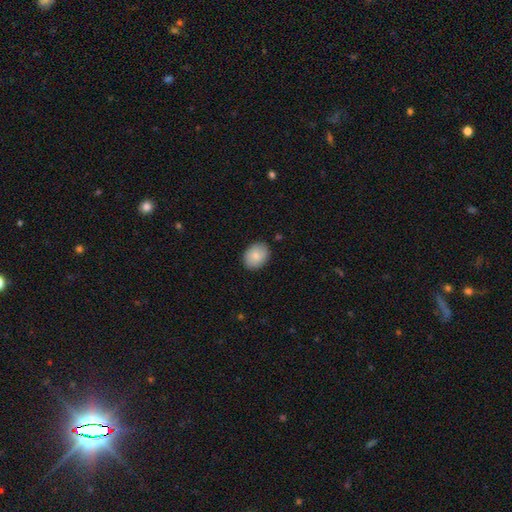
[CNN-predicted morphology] A smooth galaxy with no disk features (83%) that is in between round and cigar-shaped (63%).

Vote fractions:
- Smooth or featured? smooth: 83% / featured or disk: 10% / star or artifact: 7%
- How rounded? in between: 63% / round: 36% / cigar-shaped: 1%
- Merging? none: 87% / minor disturbance: 10% / major disturbance: 2% / merger: 1%